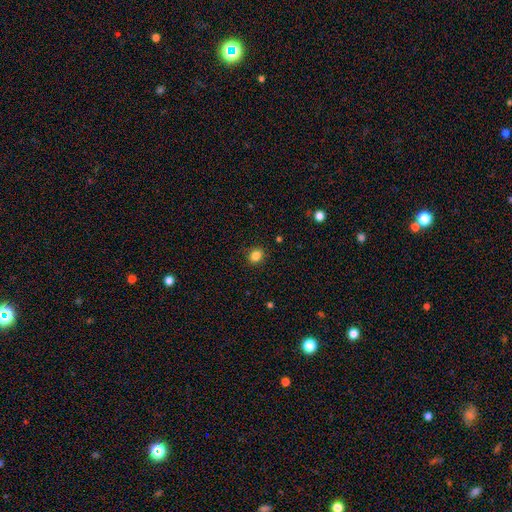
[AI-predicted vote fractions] This is clearly a smooth galaxy (84%). How rounded: likely round (72%). Merging: clearly none (89%).